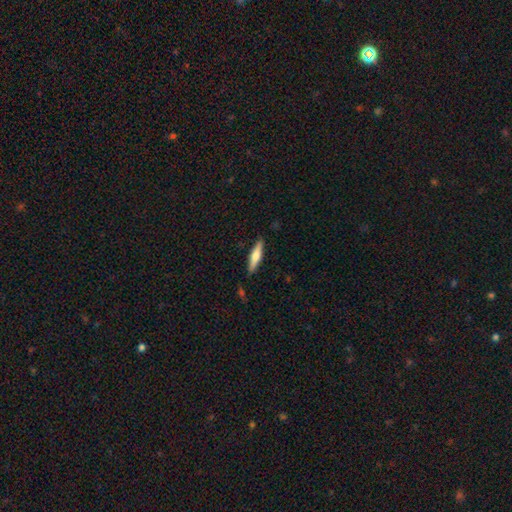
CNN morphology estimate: Q: Smooth or featured?
A: smooth (56%); runner-up: featured or disk (39%)
Q: How rounded?
A: cigar-shaped (77%); runner-up: in between (21%)
Q: Merging?
A: none (87%); runner-up: minor disturbance (10%)